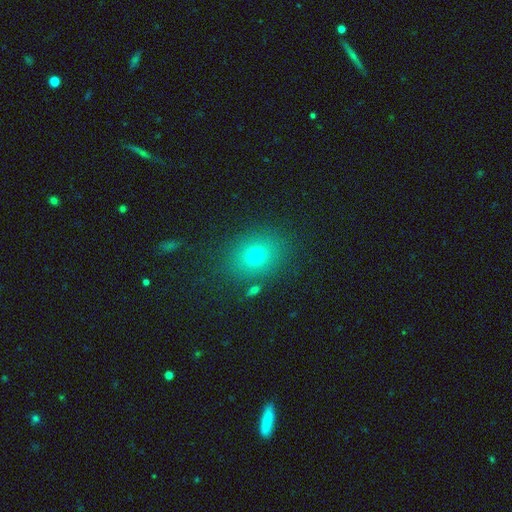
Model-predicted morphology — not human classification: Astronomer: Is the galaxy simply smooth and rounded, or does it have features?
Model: smooth — 70%.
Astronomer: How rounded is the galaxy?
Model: round — 54% (runner-up: in between, 44%).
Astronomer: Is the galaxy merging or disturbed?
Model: none — 83%.